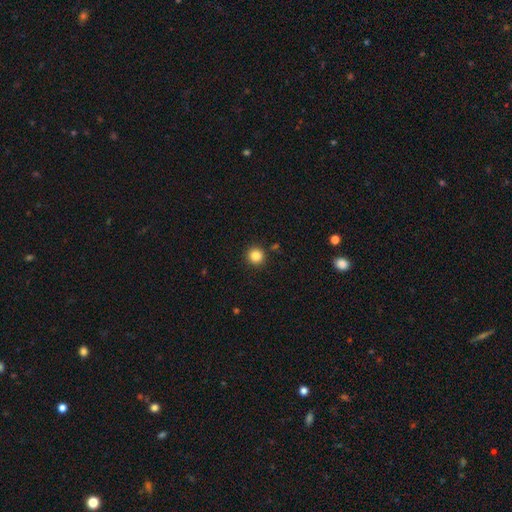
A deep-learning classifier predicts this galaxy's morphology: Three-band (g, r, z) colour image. It shows a smooth galaxy with no disk features (84%) that is round (94%). Merging: none (91%).